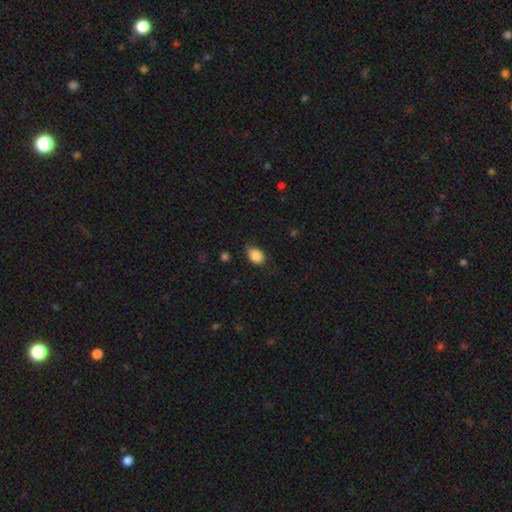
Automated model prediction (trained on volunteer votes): Smooth or featured?
  - smooth: 87% *
  - star or artifact: 8%
  - featured or disk: 5%
How rounded?
  - in between: 68% *
  - round: 31%
  - cigar-shaped: 1%
Merging?
  - none: 63% *
  - minor disturbance: 30%
  - major disturbance: 5%
  - merger: 1%